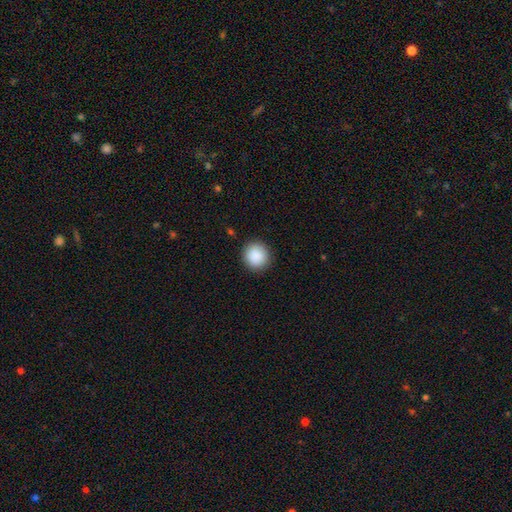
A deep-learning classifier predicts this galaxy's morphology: Smooth or featured? smooth (89%)
How rounded? round (92%)
Merging? none (91%)